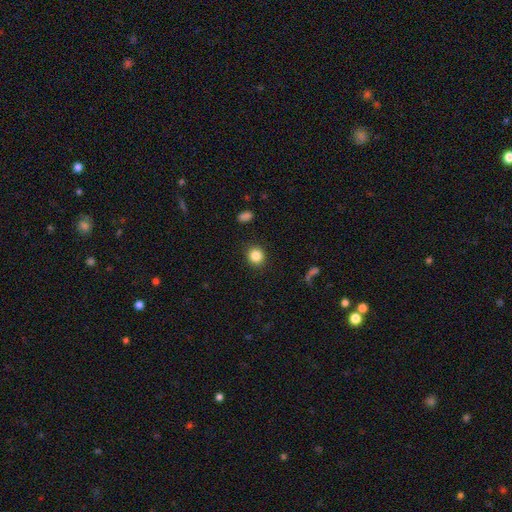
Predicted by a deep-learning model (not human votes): smooth_or_featured: smooth (p=0.85) [alt: star or artifact p=0.10]
how_rounded: round (p=0.87) [alt: in between p=0.12]
merging: none (p=0.90) [alt: minor disturbance p=0.06]